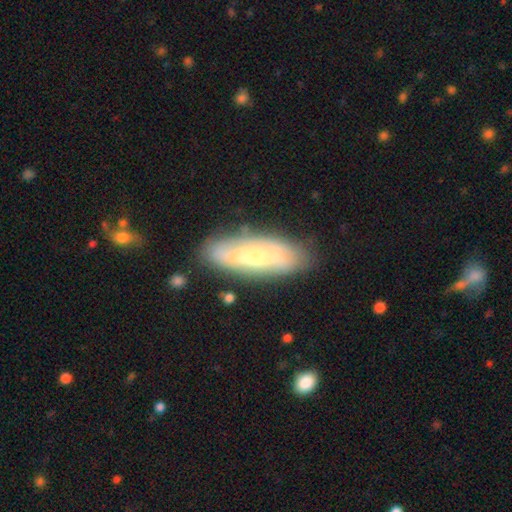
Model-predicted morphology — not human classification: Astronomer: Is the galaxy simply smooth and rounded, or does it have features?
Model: featured or disk — 59% (runner-up: smooth, 35%).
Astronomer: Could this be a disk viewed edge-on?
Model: no — 74%.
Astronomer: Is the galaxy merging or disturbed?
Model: none — 74%.